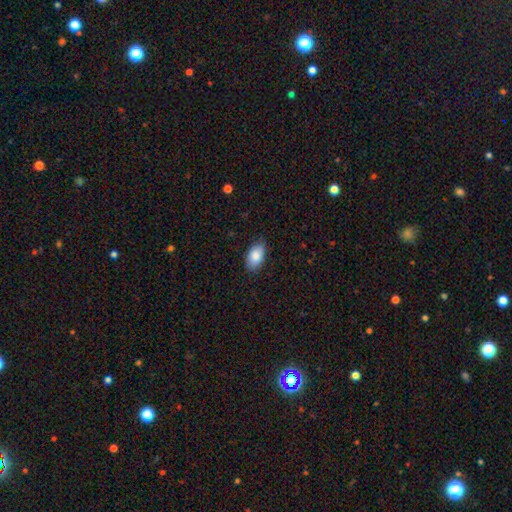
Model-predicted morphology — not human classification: A smooth galaxy with no disk features (86%) that is in between round and cigar-shaped (93%).

Vote fractions:
- Smooth or featured? smooth: 86% / featured or disk: 8% / star or artifact: 7%
- How rounded? in between: 93% / round: 5% / cigar-shaped: 2%
- Merging? none: 82% / minor disturbance: 14% / major disturbance: 2% / merger: 1%